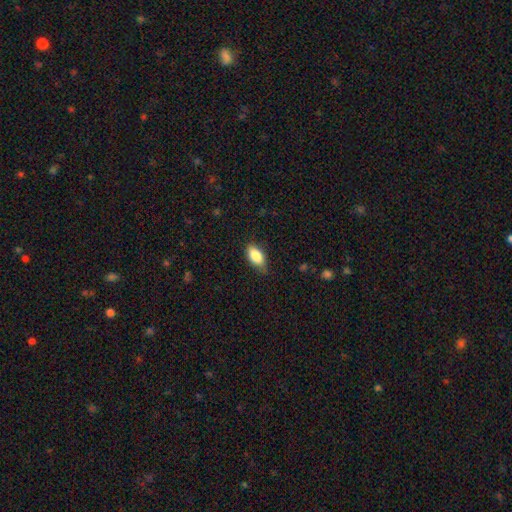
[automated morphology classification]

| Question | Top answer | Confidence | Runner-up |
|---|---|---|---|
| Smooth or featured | smooth | 86% | star or artifact (7%) |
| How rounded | in between | 91% | round (4%) |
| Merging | none | 76% | minor disturbance (19%) |